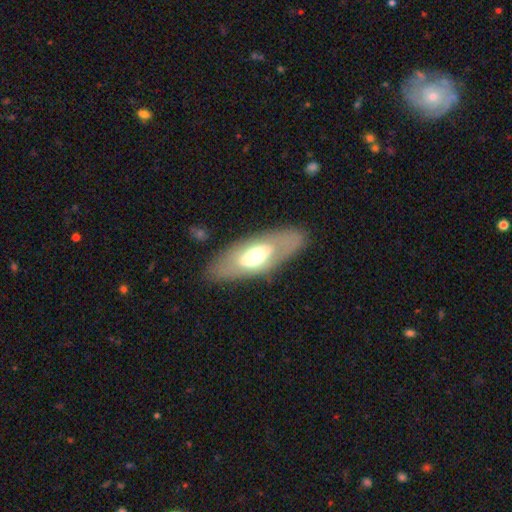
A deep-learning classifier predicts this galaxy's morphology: smooth_or_featured: featured or disk (p=0.51) [alt: smooth p=0.42]
disk_edge_on: no (p=0.75) [alt: yes p=0.25]
merging: none (p=0.80) [alt: minor disturbance p=0.12]